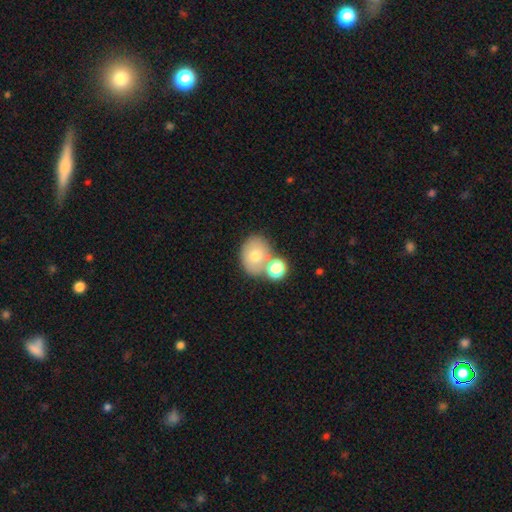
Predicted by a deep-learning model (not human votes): A smooth galaxy with no disk features (68%) that is in between round and cigar-shaped (50%). Merging: none (53%).